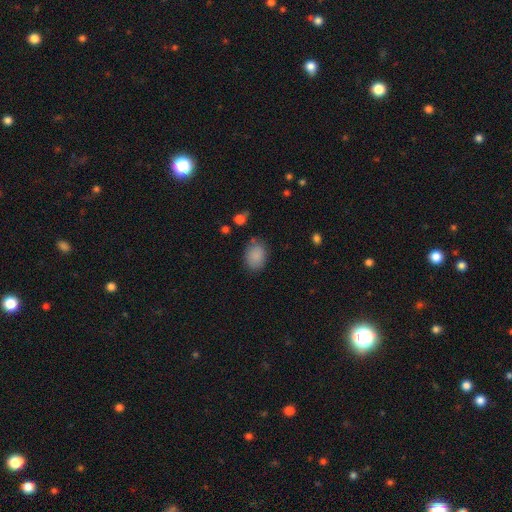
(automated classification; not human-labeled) This is clearly a smooth galaxy (87%). How rounded: likely in between (72%). Merging: likely none (79%).